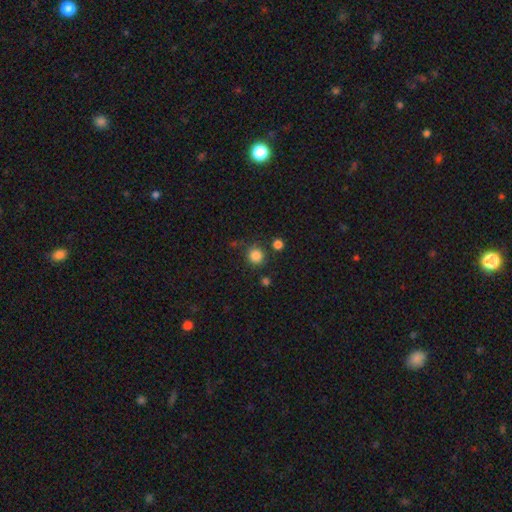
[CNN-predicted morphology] Smooth or featured: smooth — 84% (star or artifact — 12%)
How rounded: round — 93% (in between — 6%)
Merging: none — 82% (minor disturbance — 9%)